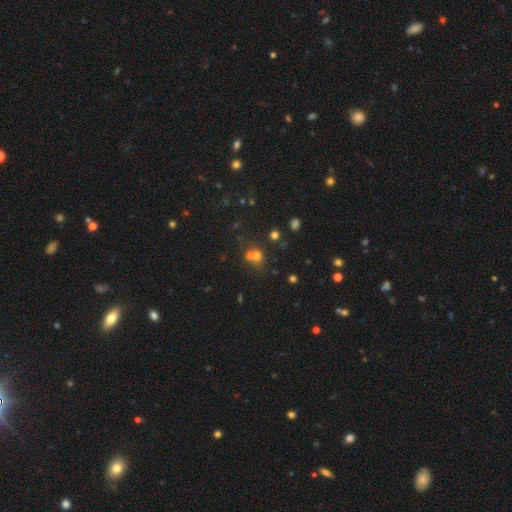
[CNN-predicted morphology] Smooth or featured?
  - smooth: 64% *
  - star or artifact: 22%
  - featured or disk: 14%
How rounded?
  - round: 78% *
  - in between: 21%
  - cigar-shaped: 1%
Merging?
  - merger: 47% *
  - none: 41%
  - minor disturbance: 8%
  - major disturbance: 4%